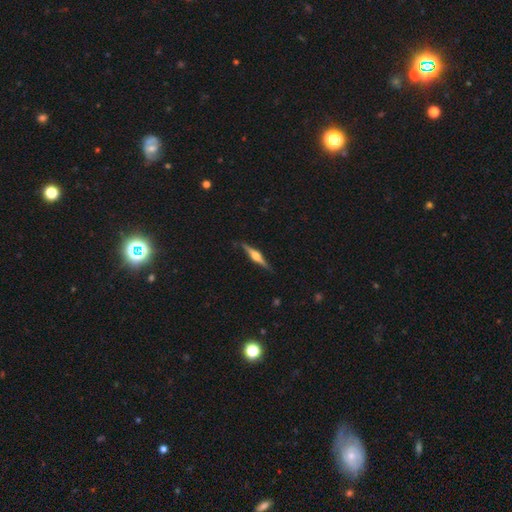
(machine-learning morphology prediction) Q: Smooth or featured?
A: featured or disk (79%); runner-up: smooth (16%)
Q: Edge-on disk?
A: yes (98%); runner-up: no (2%)
Q: Edge-on bulge?
A: rounded (92%); runner-up: boxy (6%)
Q: Merging?
A: none (89%); runner-up: minor disturbance (9%)